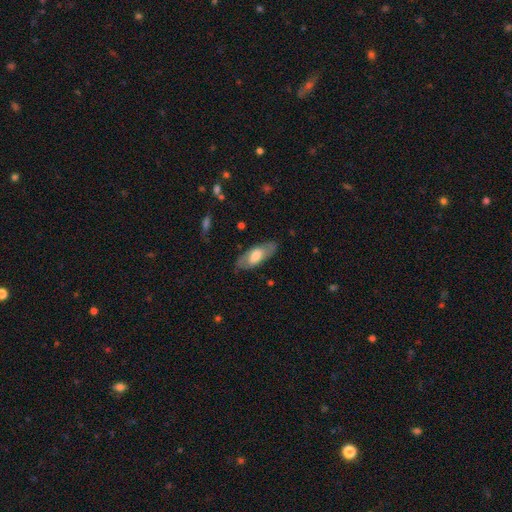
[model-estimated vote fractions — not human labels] This appears to be a smooth galaxy with no disk features (55%) that is in between round and cigar-shaped (81%). Merging: none (79%).